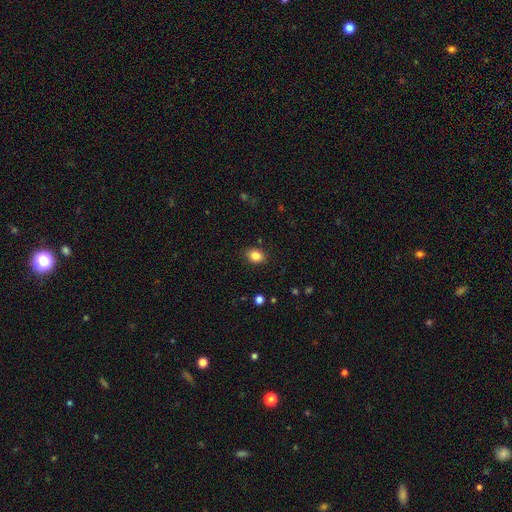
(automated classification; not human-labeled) The model was most divided on "how rounded": in between: 64%, round: 35%, cigar-shaped: 1%. More confident: merging — none (87%); smooth or featured — smooth (85%).